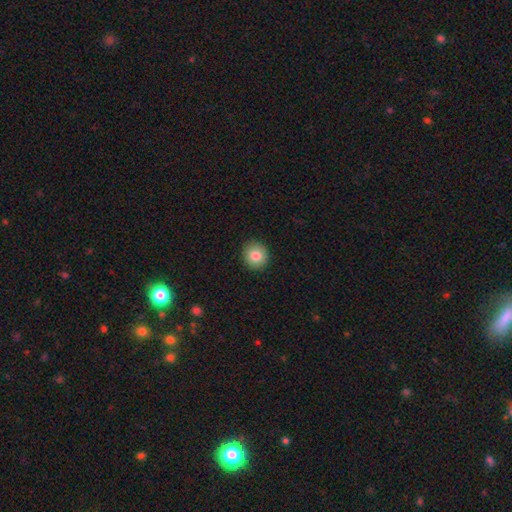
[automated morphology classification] This is clearly a smooth galaxy (83%). How rounded: clearly round (87%). Merging: clearly none (91%).